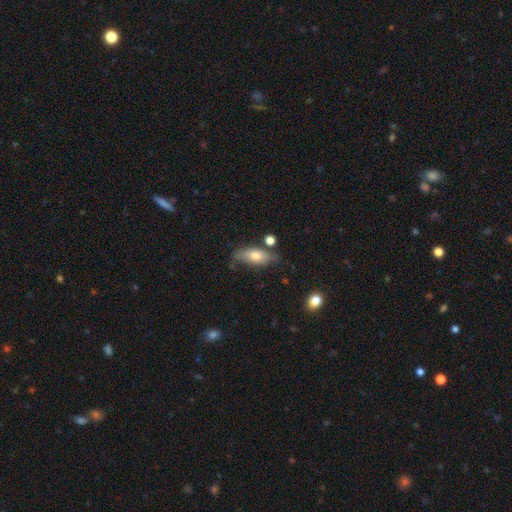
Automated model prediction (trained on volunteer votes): Q: Smooth or featured?
A: smooth (65%); runner-up: featured or disk (27%)
Q: How rounded?
A: in between (79%); runner-up: cigar-shaped (17%)
Q: Merging?
A: none (58%); runner-up: minor disturbance (26%)